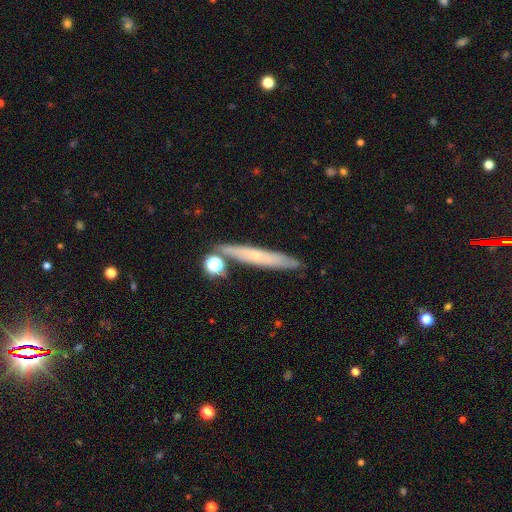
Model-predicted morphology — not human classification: This is possibly a featured or disk galaxy (46%). Merging: likely none (79%).